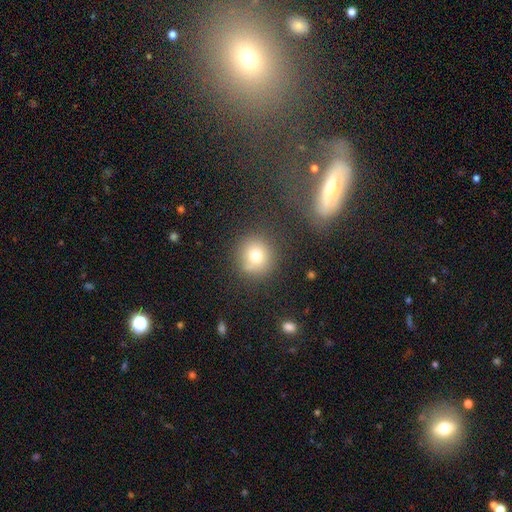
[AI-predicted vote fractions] smooth_or_featured: smooth (p=0.74) [alt: star or artifact p=0.15]
how_rounded: round (p=0.91) [alt: in between p=0.08]
merging: none (p=0.80) [alt: minor disturbance p=0.11]